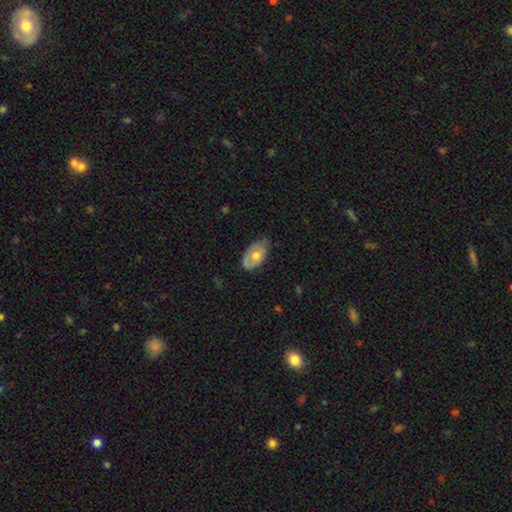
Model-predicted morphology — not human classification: type=smooth (62%); roundness=in between (91%); merging=none (56%).